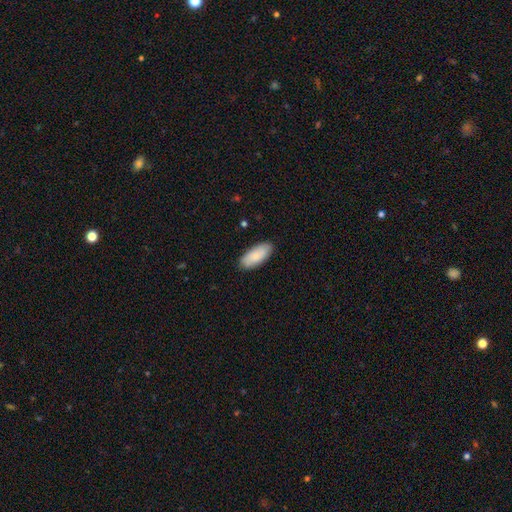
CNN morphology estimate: smooth_or_featured: smooth (p=0.87) [alt: featured or disk p=0.08]
how_rounded: in between (p=0.87) [alt: cigar-shaped p=0.11]
merging: none (p=0.87) [alt: minor disturbance p=0.10]